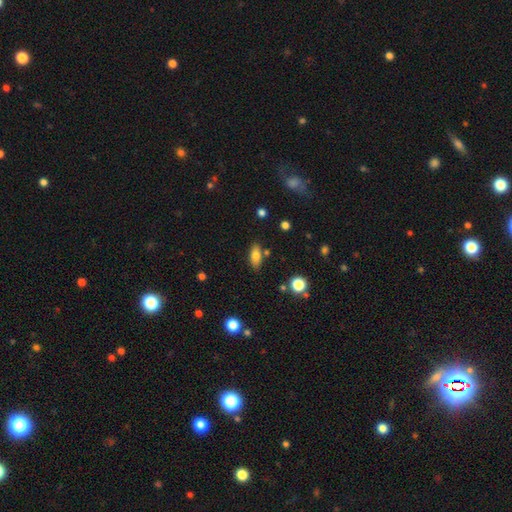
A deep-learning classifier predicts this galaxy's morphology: Smooth or featured? Predicted: smooth (p=0.76). How rounded? Predicted: in between (p=0.83). Merging? Predicted: none (p=0.78).